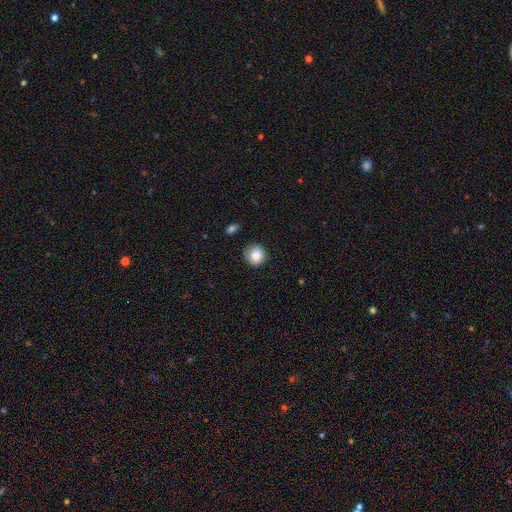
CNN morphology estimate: A smooth galaxy with no disk features (82%) that is round (87%).

Vote fractions:
- Smooth or featured? smooth: 82% / featured or disk: 9% / star or artifact: 9%
- How rounded? round: 87% / in between: 12% / cigar-shaped: 1%
- Merging? none: 74% / minor disturbance: 19% / major disturbance: 5% / merger: 2%